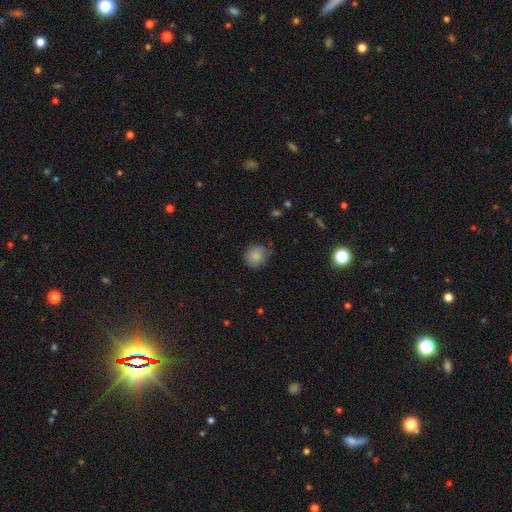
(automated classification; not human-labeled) Smooth or featured? smooth (84%)
How rounded? round (85%)
Merging? none (67%)